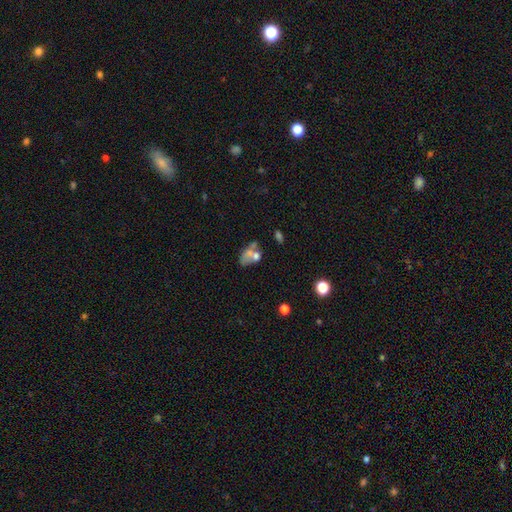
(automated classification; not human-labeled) smooth 53%, featured or disk 32%, star or artifact 15%. Down the decision tree: how rounded — in between (75%); merging — merger (41%).